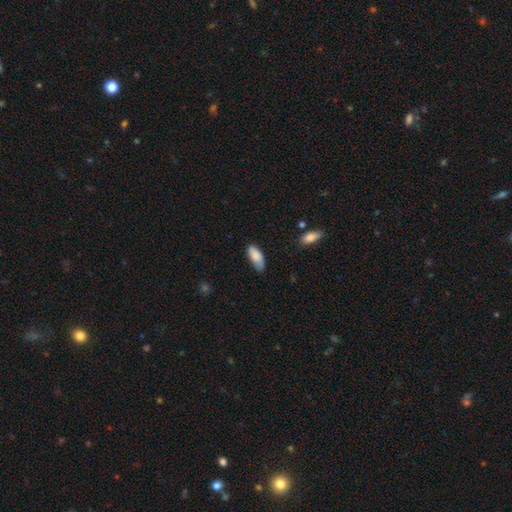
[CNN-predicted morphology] A smooth galaxy with no disk features (85%) that is in between round and cigar-shaped (84%).

Vote fractions:
- Smooth or featured? smooth: 85% / featured or disk: 8% / star or artifact: 6%
- How rounded? in between: 84% / cigar-shaped: 14% / round: 2%
- Merging? none: 60% / minor disturbance: 32% / major disturbance: 6% / merger: 2%